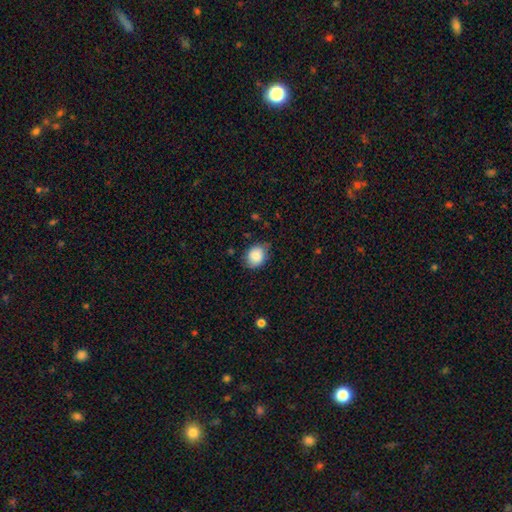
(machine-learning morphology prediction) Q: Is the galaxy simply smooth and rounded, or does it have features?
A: smooth — 85%.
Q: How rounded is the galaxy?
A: round — 58%.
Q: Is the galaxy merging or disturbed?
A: none — 70%.